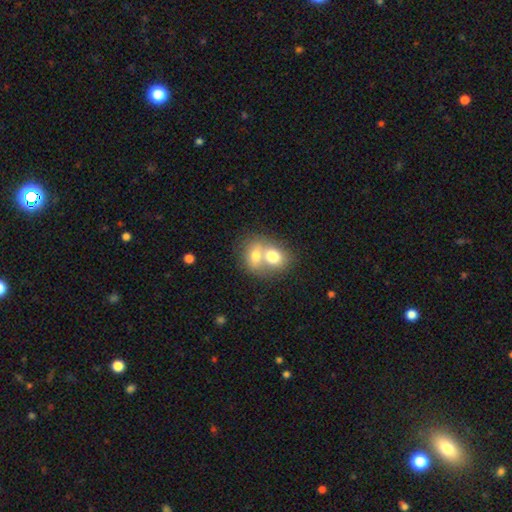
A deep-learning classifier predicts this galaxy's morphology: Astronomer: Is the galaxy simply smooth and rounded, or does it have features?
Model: smooth — 69%.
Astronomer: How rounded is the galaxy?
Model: in between — 52% (runner-up: round, 47%).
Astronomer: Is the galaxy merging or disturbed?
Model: merger — 73%.